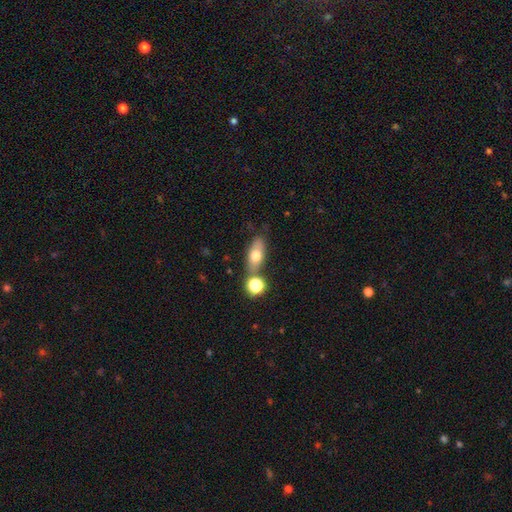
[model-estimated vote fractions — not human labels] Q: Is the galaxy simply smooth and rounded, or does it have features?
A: smooth — 66%.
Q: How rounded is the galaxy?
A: in between — 74%.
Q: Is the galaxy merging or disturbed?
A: none — 64%.